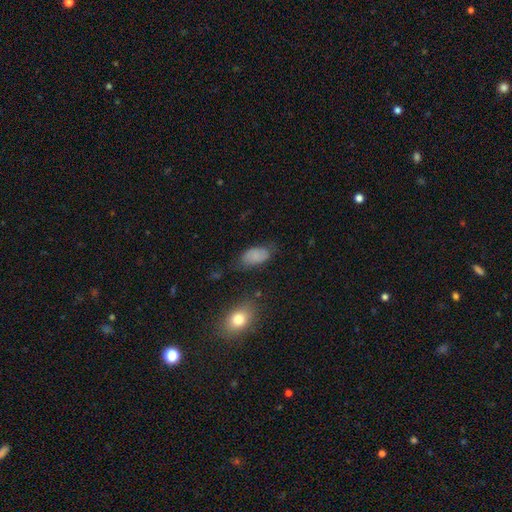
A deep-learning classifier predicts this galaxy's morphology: Smooth or featured: smooth — 76% (featured or disk — 14%)
How rounded: in between — 93% (round — 5%)
Merging: none — 66% (minor disturbance — 24%)